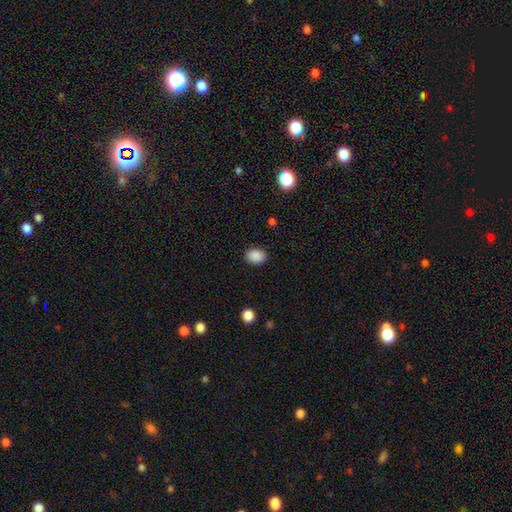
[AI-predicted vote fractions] Smooth or featured? smooth (89%)
How rounded? in between (65%)
Merging? none (88%)